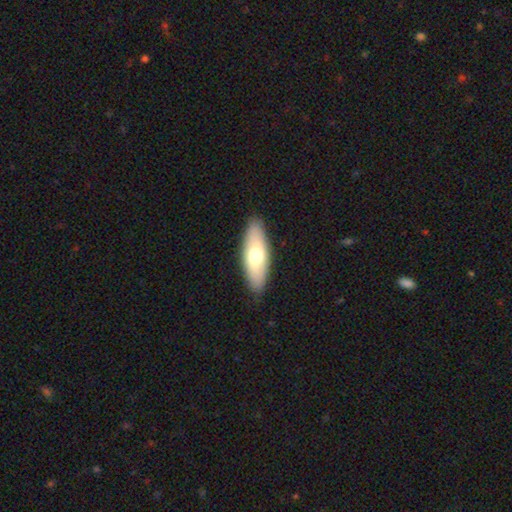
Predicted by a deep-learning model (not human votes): Smooth or featured?
  - smooth: 64% *
  - featured or disk: 31%
  - star or artifact: 5%
How rounded?
  - in between: 68% *
  - cigar-shaped: 29%
  - round: 3%
Merging?
  - none: 89% *
  - minor disturbance: 8%
  - major disturbance: 2%
  - merger: 1%